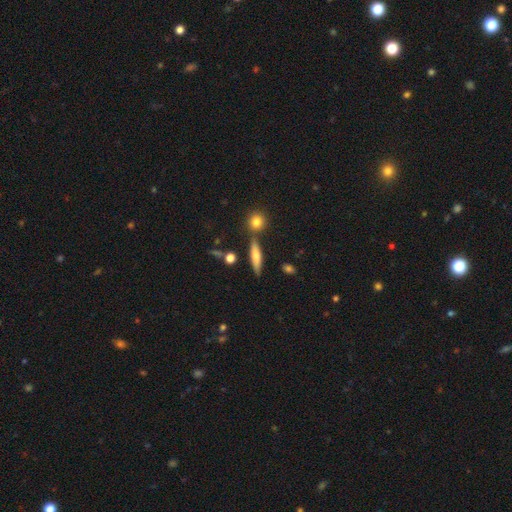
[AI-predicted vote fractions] Morphology: type=smooth (56%); roundness=cigar-shaped (74%); merging=none (77%).